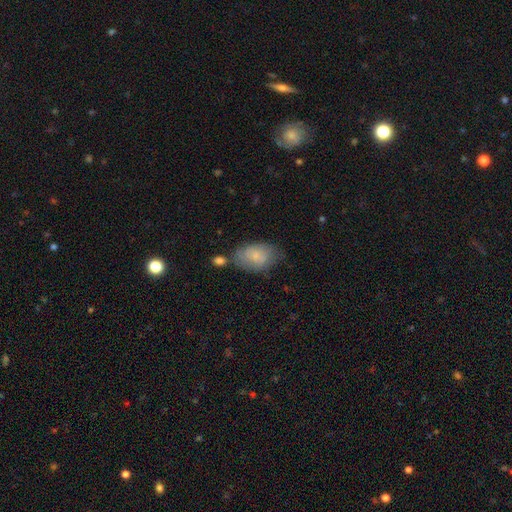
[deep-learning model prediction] Smooth or featured: smooth — 70% (featured or disk — 23%)
How rounded: in between — 88% (round — 11%)
Merging: none — 56% (minor disturbance — 26%)